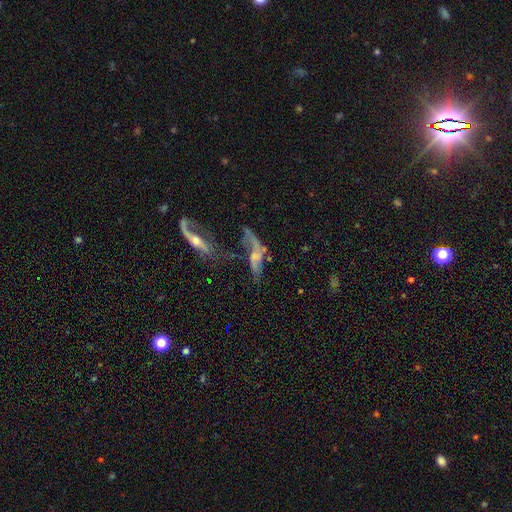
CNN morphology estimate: The model was most divided on "merging": merger: 41%, major disturbance: 27%, none: 20%, minor disturbance: 12%. More confident: edge-on disk — no (72%); smooth or featured — featured or disk (59%).